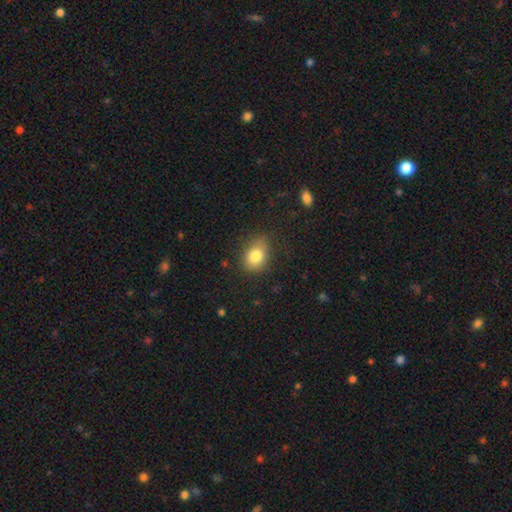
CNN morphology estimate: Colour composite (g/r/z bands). It shows a smooth galaxy with no disk features (81%) that is in between round and cigar-shaped (63%). Merging: none (73%).